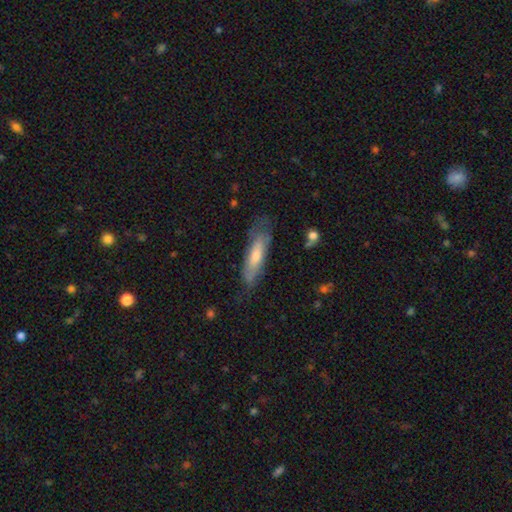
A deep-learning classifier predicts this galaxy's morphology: Smooth or featured? Predicted: smooth (p=0.55). How rounded? Predicted: cigar-shaped (p=0.64). Merging? Predicted: none (p=0.63).